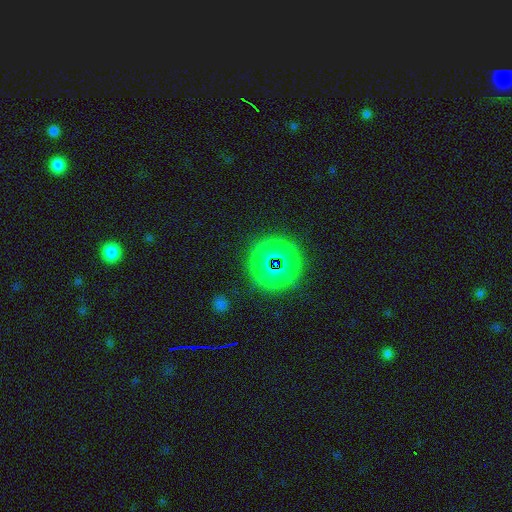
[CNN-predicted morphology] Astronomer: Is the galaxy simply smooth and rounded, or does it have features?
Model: star or artifact — 82%.